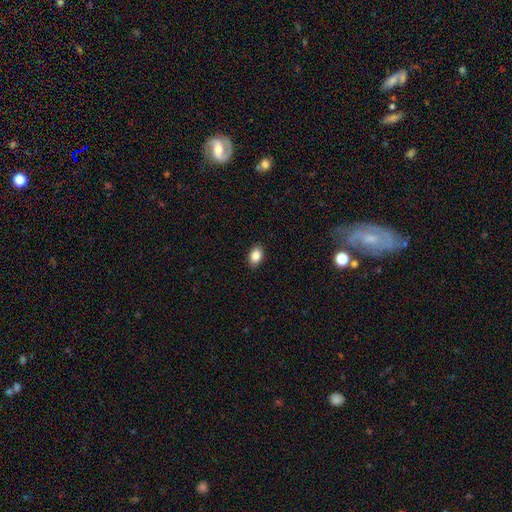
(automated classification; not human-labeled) Smooth or featured? smooth (86%)
How rounded? in between (85%)
Merging? none (89%)